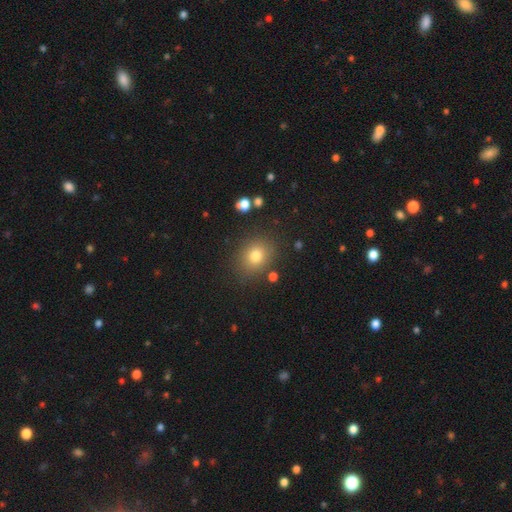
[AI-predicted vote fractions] Morphology: type=smooth (77%); roundness=round (65%); merging=none (85%).